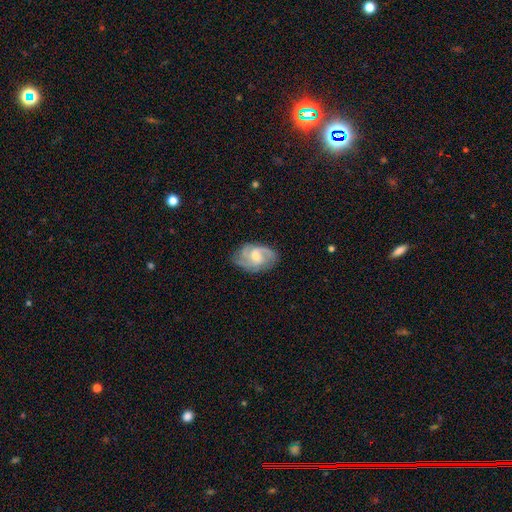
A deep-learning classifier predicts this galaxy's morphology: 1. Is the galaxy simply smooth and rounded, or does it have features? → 80% featured or disk, 14% smooth, 6% star or artifact.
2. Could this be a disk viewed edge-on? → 97% no, 3% yes.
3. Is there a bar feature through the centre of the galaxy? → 49% weak, 42% no, 9% strong.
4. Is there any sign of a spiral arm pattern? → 95% yes, 5% no.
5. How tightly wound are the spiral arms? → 48% medium, 34% tight, 18% loose.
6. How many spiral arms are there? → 36% 2, 32% 3, 17% can't tell, 6% 4, 4% 1, 4% more than 4.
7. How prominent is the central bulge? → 57% moderate, 32% small, 5% large, 5% none, 1% dominant.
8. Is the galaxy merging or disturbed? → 73% none, 19% minor disturbance, 7% major disturbance, 1% merger.